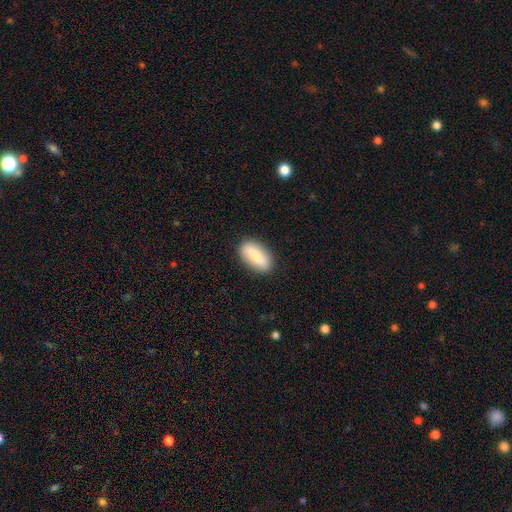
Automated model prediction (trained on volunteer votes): smooth-or-featured: smooth: 81% | featured or disk: 13% | star or artifact: 6%
  how-rounded: in between: 83% | cigar-shaped: 14% | round: 4%
  merging: none: 86% | minor disturbance: 10% | major disturbance: 3% | merger: 1%